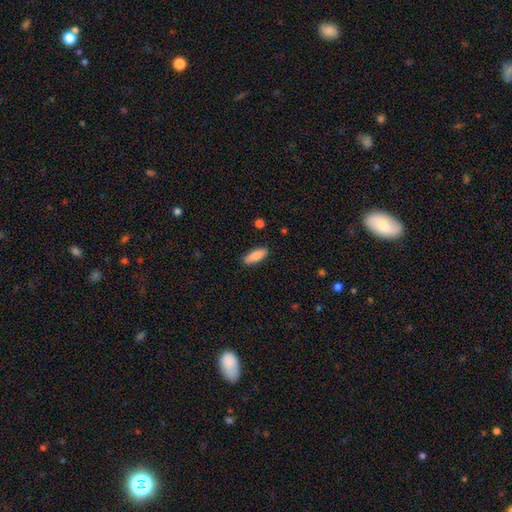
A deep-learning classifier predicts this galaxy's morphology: smooth_or_featured: smooth (p=0.85) [alt: featured or disk p=0.09]
how_rounded: in between (p=0.67) [alt: cigar-shaped p=0.31]
merging: none (p=0.87) [alt: minor disturbance p=0.10]